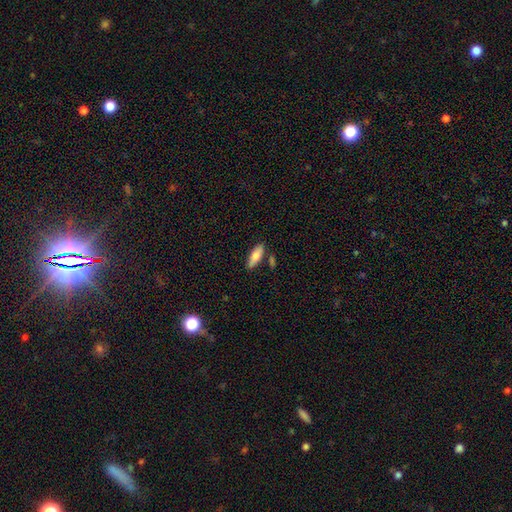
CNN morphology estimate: smooth_or_featured: smooth (p=0.74) [alt: featured or disk p=0.20]
how_rounded: in between (p=0.66) [alt: cigar-shaped p=0.32]
merging: none (p=0.80) [alt: minor disturbance p=0.12]